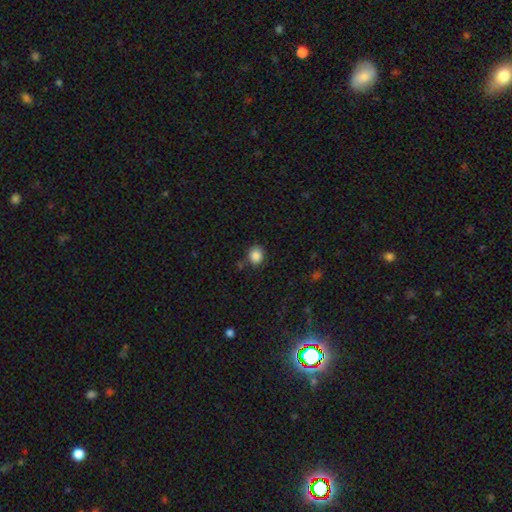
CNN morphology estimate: Overall: smooth (86%). How rounded: round (73%). Merging: none (78%).